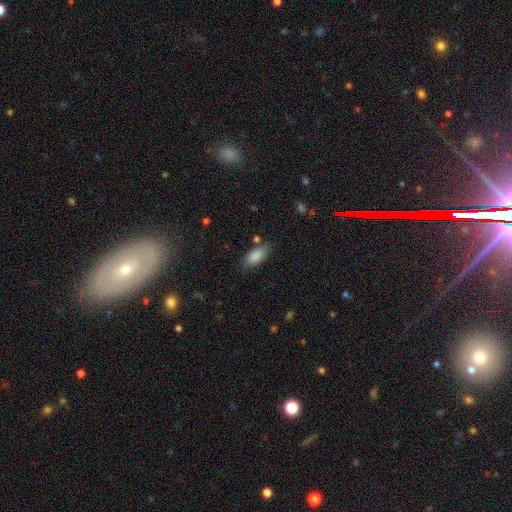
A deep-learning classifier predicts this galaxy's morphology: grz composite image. It shows a smooth galaxy with no disk features (88%) that is in between round and cigar-shaped (89%). Merging: none (77%).